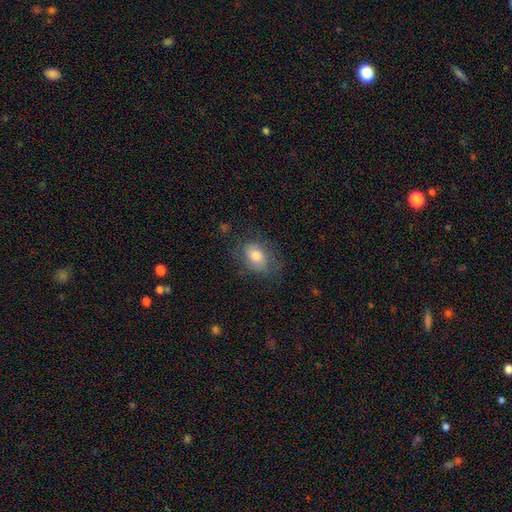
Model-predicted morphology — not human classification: The model was most divided on "merging": none: 66%, minor disturbance: 22%, major disturbance: 11%, merger: 1%. More confident: smooth or featured — smooth (73%); how rounded — in between (73%).